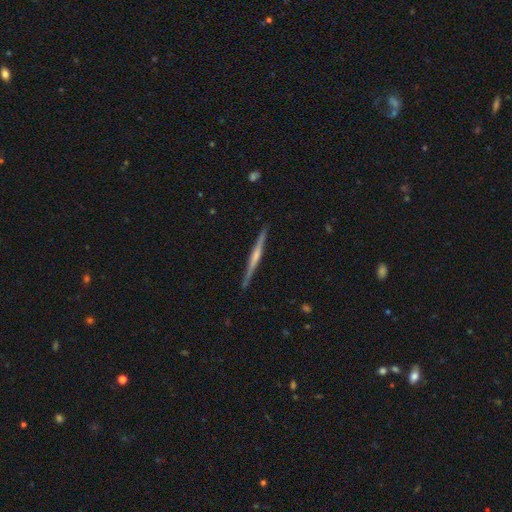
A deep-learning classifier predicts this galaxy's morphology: featured or disk 66%, smooth 28%, star or artifact 6%. Down the decision tree: edge-on disk — yes (98%); edge-on bulge — rounded (42%, tied with none); merging — none (89%).